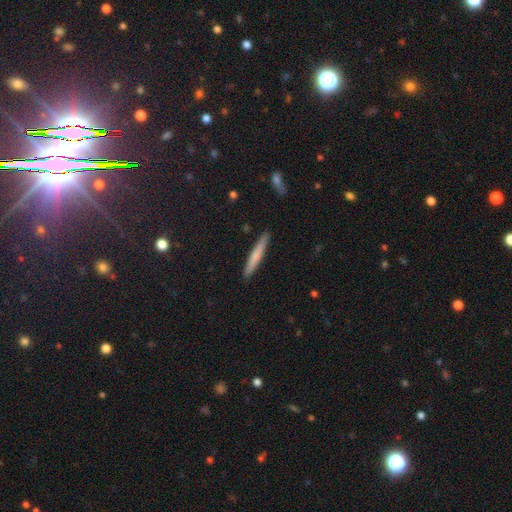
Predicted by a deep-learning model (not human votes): This appears to be a smooth galaxy with no disk features (67%) that is cigar-shaped (95%). Merging: none (91%).